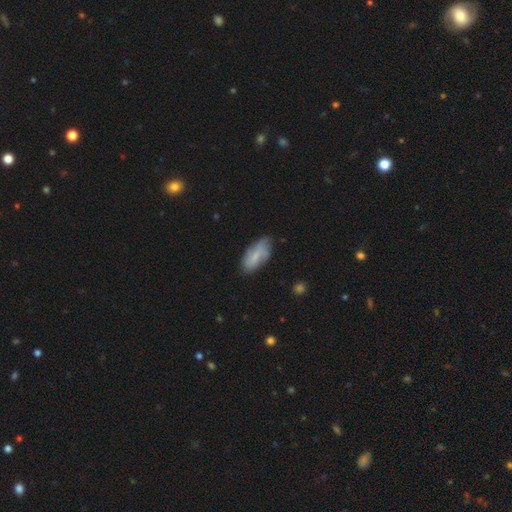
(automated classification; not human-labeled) The model was most divided on "smooth or featured": smooth: 60%, featured or disk: 32%, star or artifact: 7%. More confident: how rounded — in between (84%); merging — none (63%).